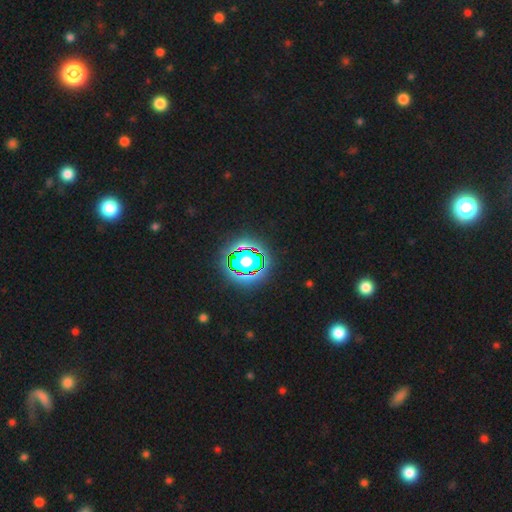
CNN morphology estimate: Smooth or featured?
  - star or artifact: 79% *
  - smooth: 13%
  - featured or disk: 8%